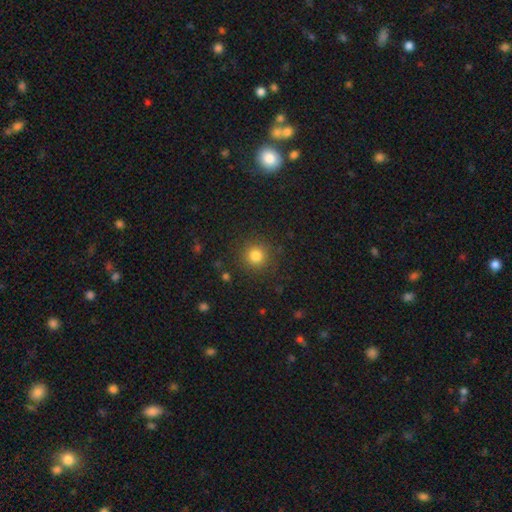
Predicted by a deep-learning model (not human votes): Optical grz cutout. It shows a smooth galaxy with no disk features (81%) that is round (93%). Merging: none (87%).